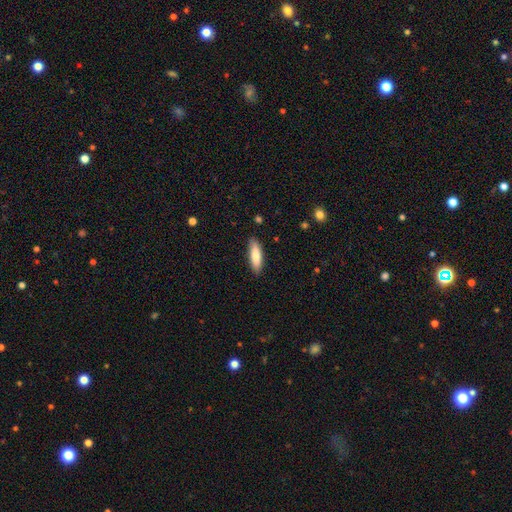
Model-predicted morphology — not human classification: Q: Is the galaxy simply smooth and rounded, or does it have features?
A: smooth — 80%.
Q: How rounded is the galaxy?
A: cigar-shaped — 58%.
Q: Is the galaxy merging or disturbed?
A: none — 87%.